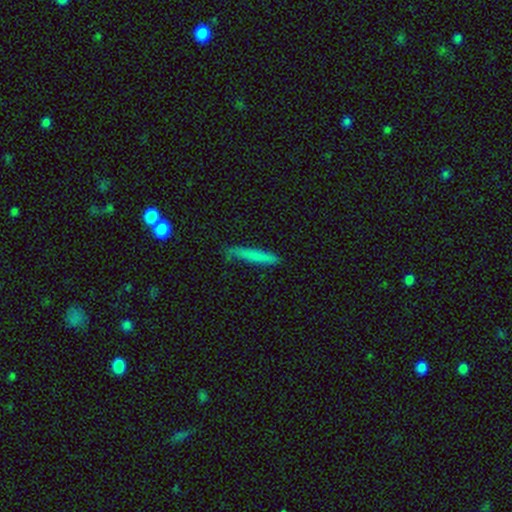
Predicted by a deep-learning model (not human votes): This appears to be a smooth galaxy with no disk features (75%) that is cigar-shaped (93%). Merging: none (76%).